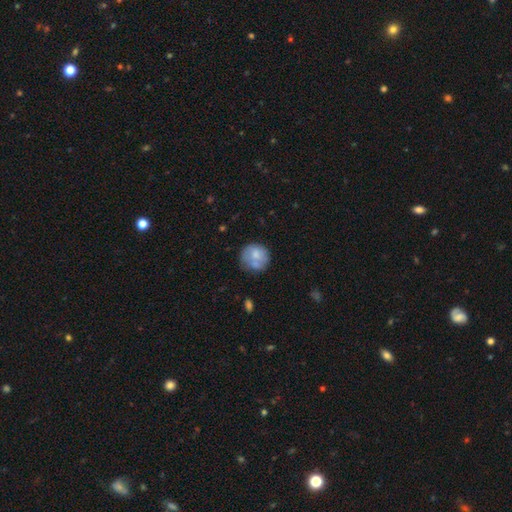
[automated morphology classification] This is likely a smooth galaxy (66%). How rounded: clearly round (84%). Merging: possibly none (53%).